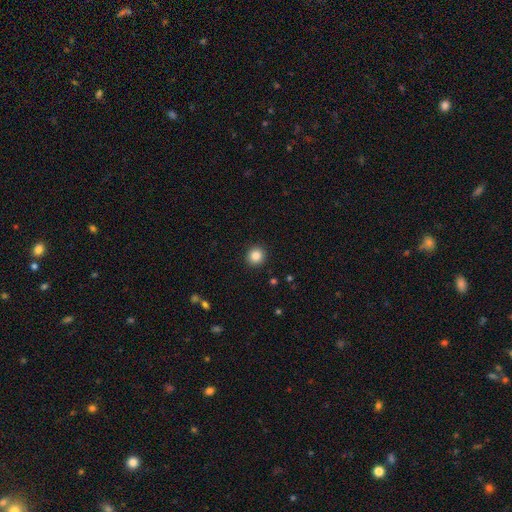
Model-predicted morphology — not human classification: smooth-or-featured: smooth: 85% | star or artifact: 10% | featured or disk: 5%
  how-rounded: round: 93% | in between: 6% | cigar-shaped: 1%
  merging: none: 93% | minor disturbance: 5% | major disturbance: 2% | merger: 1%